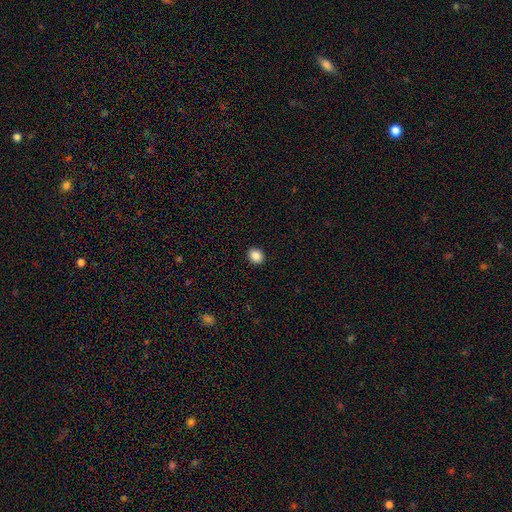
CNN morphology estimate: Smooth or featured? Predicted: smooth (p=0.87). How rounded? Predicted: round (p=0.61). Merging? Predicted: none (p=0.92).